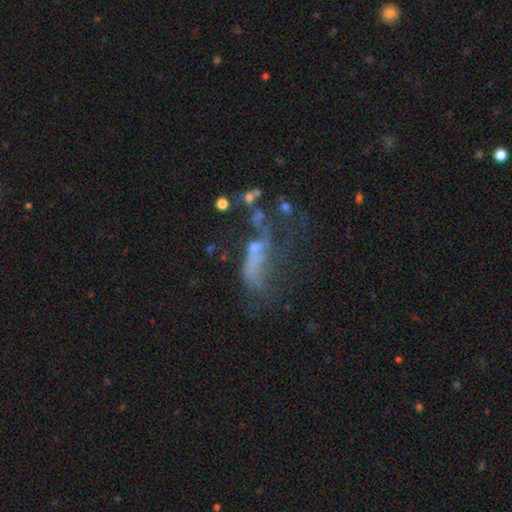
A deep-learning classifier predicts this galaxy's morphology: type=featured or disk (57%); edge-on=no (92%); bar=no (76%); spiral arms=no (70%); bulge=none (55%); merging=major disturbance (42%).